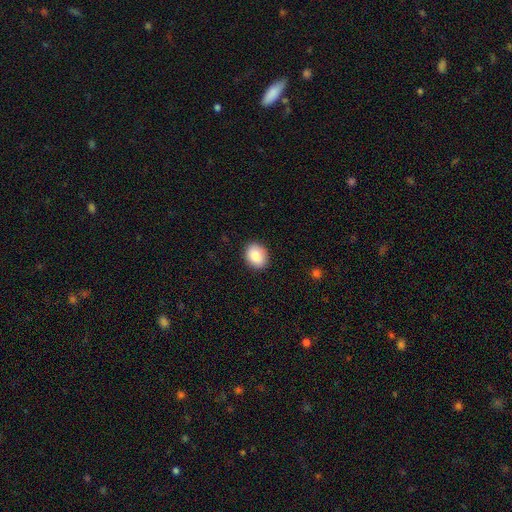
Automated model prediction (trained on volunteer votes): A smooth galaxy with no disk features (87%) that is in between round and cigar-shaped (50%). Merging: none (89%).